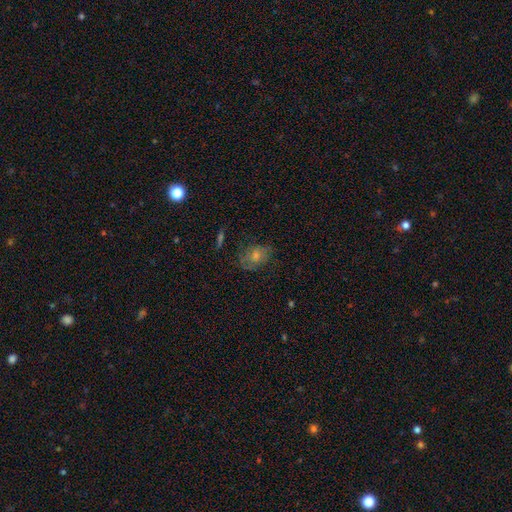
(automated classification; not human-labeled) smooth 64%, featured or disk 25%, star or artifact 11%. Down the decision tree: how rounded — in between (72%); merging — none (58%).